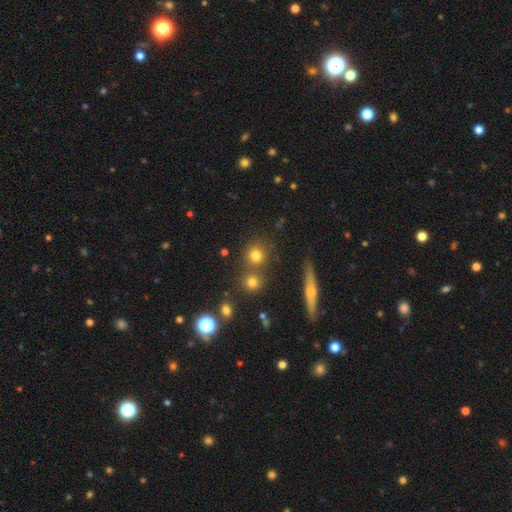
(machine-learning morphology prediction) smooth 76%, star or artifact 14%, featured or disk 10%. Down the decision tree: how rounded — round (89%); merging — none (70%).